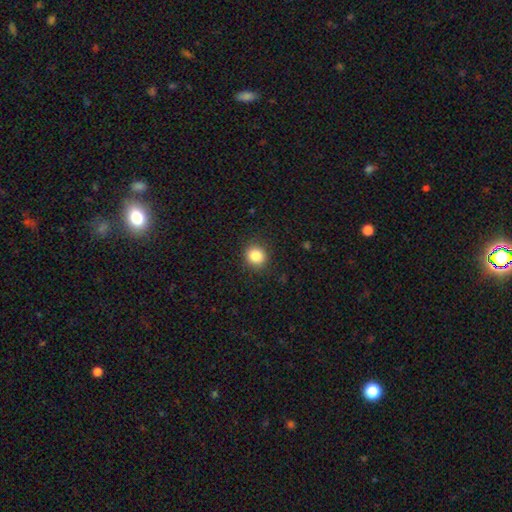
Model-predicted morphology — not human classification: Smooth or featured?
  - smooth: 86% *
  - star or artifact: 10%
  - featured or disk: 4%
How rounded?
  - round: 85% *
  - in between: 14%
  - cigar-shaped: 1%
Merging?
  - none: 88% *
  - minor disturbance: 8%
  - major disturbance: 3%
  - merger: 1%